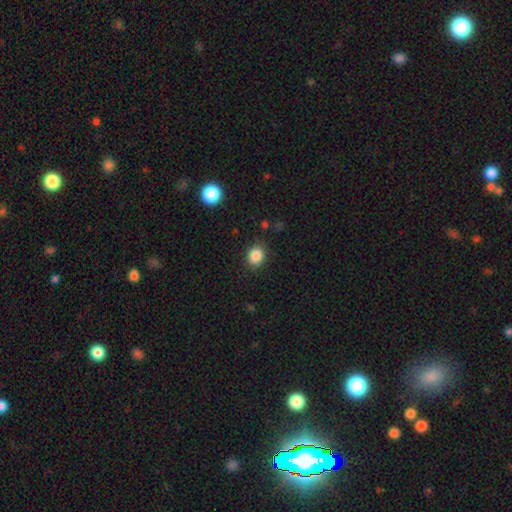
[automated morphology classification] Smooth or featured? smooth (86%)
How rounded? round (63%)
Merging? none (87%)